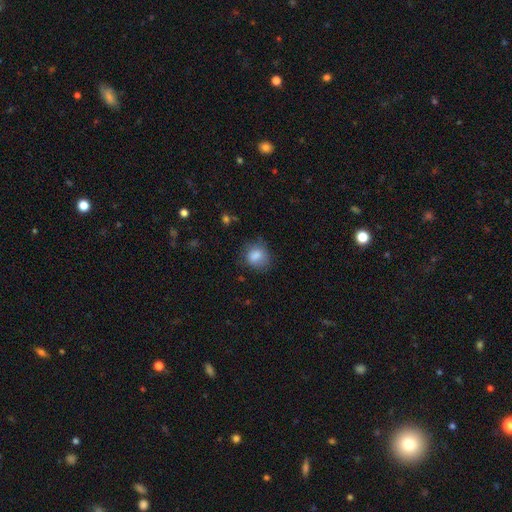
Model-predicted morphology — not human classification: Smooth or featured? Predicted: smooth (p=0.82). How rounded? Predicted: round (p=0.65). Merging? Predicted: none (p=0.63).